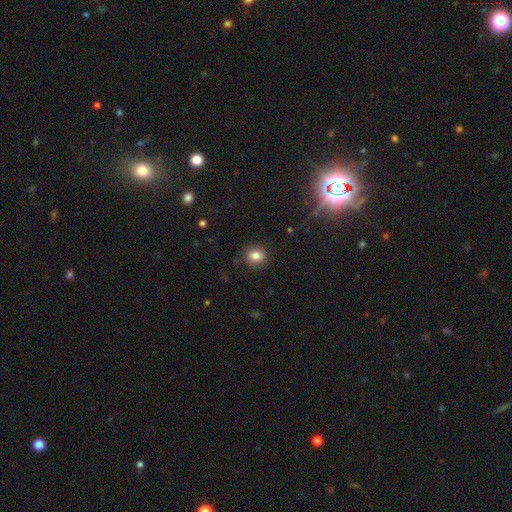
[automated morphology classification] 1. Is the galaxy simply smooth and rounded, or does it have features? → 81% smooth, 11% star or artifact, 8% featured or disk.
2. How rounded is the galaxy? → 71% round, 28% in between, 1% cigar-shaped.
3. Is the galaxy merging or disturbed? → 85% none, 10% minor disturbance, 3% major disturbance, 1% merger.